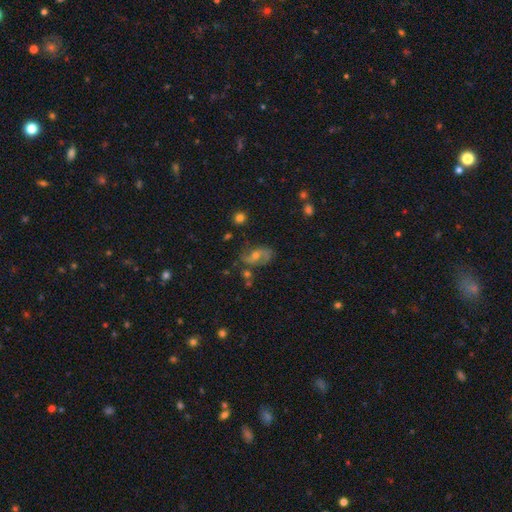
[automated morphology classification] smooth_or_featured: featured or disk (p=0.67) [alt: smooth p=0.22]
disk_edge_on: no (p=0.96) [alt: yes p=0.04]
bar: no (p=0.53) [alt: weak p=0.37]
has_spiral_arms: yes (p=0.87) [alt: no p=0.13]
spiral_winding: loose (p=0.59) [alt: medium p=0.32]
spiral_arm_count: 2 (p=0.87) [alt: can't tell p=0.06]
bulge_size: moderate (p=0.58) [alt: small p=0.33]
merging: none (p=0.59) [alt: minor disturbance p=0.22]